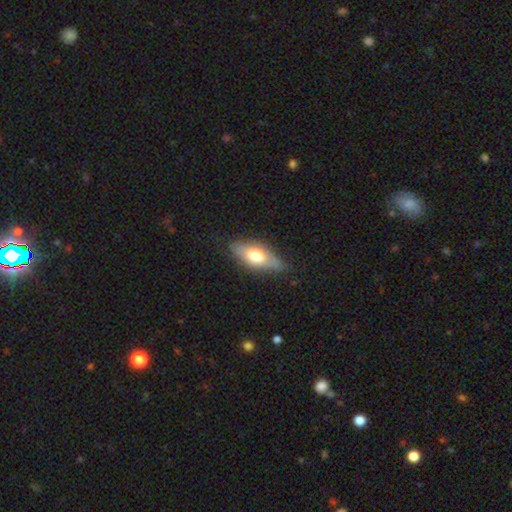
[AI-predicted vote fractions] The model was most divided on "smooth or featured": smooth: 62%, featured or disk: 32%, star or artifact: 6%. More confident: how rounded — in between (75%); merging — none (72%).